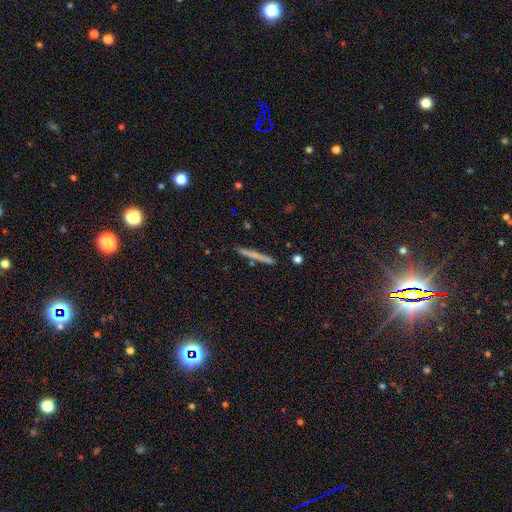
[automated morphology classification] Smooth or featured?
  - smooth: 61% *
  - featured or disk: 32%
  - star or artifact: 7%
How rounded?
  - cigar-shaped: 96% *
  - in between: 2%
  - round: 2%
Merging?
  - none: 90% *
  - minor disturbance: 7%
  - merger: 2%
  - major disturbance: 1%